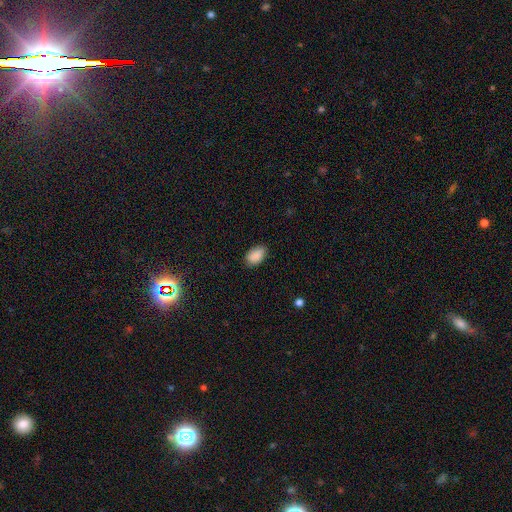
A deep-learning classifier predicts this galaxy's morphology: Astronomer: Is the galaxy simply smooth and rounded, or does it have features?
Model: smooth — 89%.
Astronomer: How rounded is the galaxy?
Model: in between — 91%.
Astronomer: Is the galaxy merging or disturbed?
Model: none — 83%.